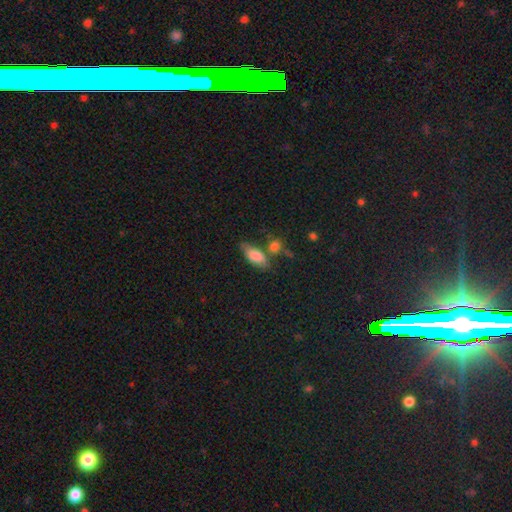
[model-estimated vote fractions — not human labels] Morphology: type=smooth (80%); roundness=in between (82%); merging=none (53%).